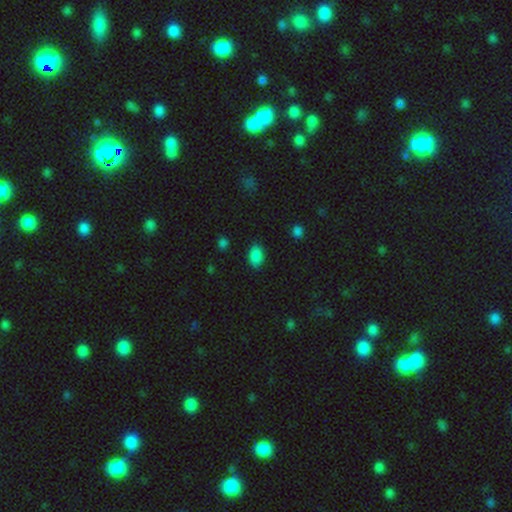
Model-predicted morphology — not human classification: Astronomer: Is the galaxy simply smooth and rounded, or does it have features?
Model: smooth — 87%.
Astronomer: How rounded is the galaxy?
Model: in between — 86%.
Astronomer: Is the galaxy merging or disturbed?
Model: none — 86%.